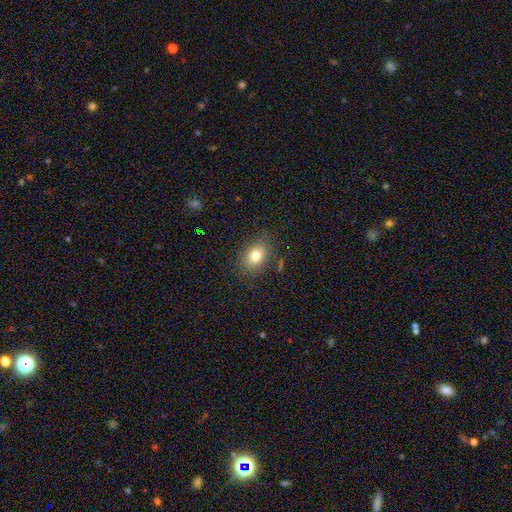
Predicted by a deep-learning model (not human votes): The model was most divided on "how rounded": in between: 73%, round: 26%, cigar-shaped: 1%. More confident: merging — none (83%); smooth or featured — smooth (80%).